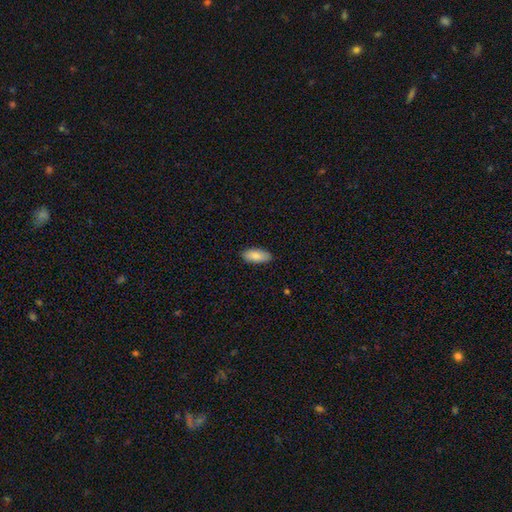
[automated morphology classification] type=smooth (85%); roundness=in between (88%); merging=none (88%).